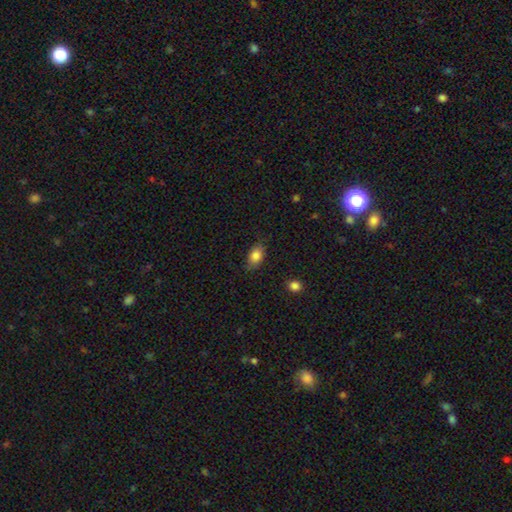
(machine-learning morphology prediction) Smooth or featured: smooth — 83% (featured or disk — 9%)
How rounded: in between — 84% (round — 14%)
Merging: none — 76% (minor disturbance — 19%)